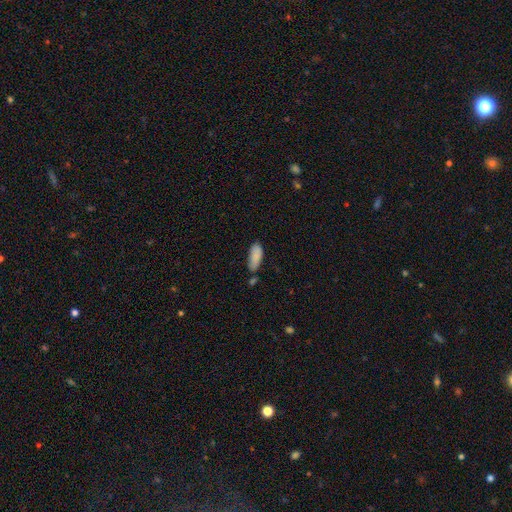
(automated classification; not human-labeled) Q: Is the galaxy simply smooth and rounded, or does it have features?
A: smooth — 87%.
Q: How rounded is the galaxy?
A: in between — 81%.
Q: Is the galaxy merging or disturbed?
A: none — 61%.